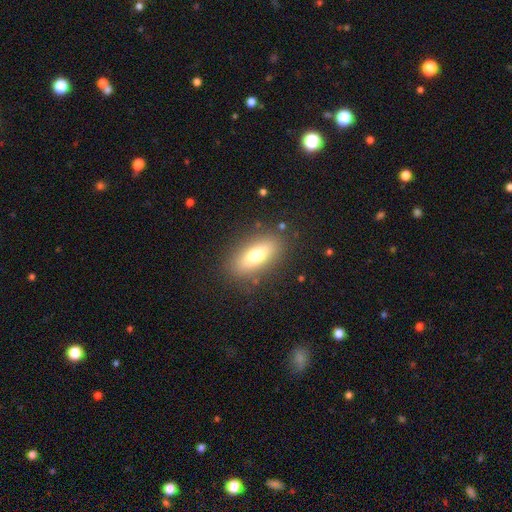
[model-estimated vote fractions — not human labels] The model was most divided on "smooth or featured": smooth: 69%, featured or disk: 22%, star or artifact: 8%. More confident: merging — none (84%); how rounded — in between (75%).